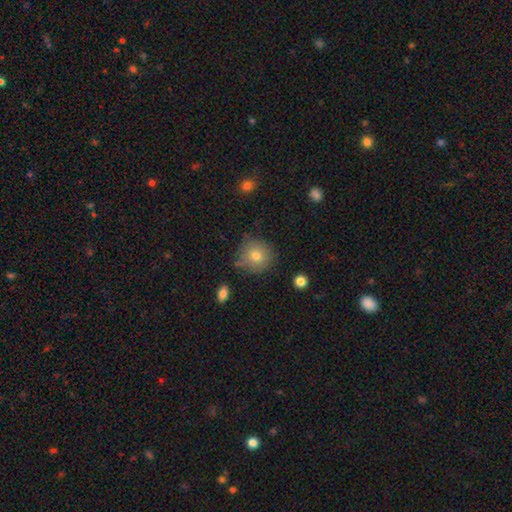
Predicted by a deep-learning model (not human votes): A smooth galaxy with no disk features (77%) that is round (92%).

Vote fractions:
- Smooth or featured? smooth: 77% / featured or disk: 12% / star or artifact: 11%
- How rounded? round: 92% / in between: 7% / cigar-shaped: 1%
- Merging? none: 78% / minor disturbance: 15% / merger: 4% / major disturbance: 4%